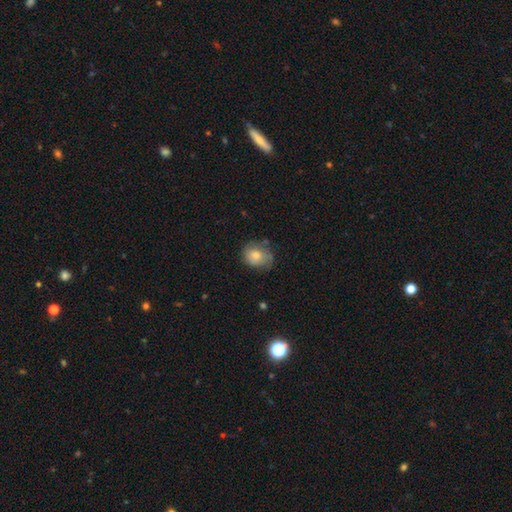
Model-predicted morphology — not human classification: Q: Smooth or featured?
A: smooth (71%); runner-up: featured or disk (21%)
Q: How rounded?
A: round (61%); runner-up: in between (38%)
Q: Merging?
A: none (60%); runner-up: minor disturbance (29%)